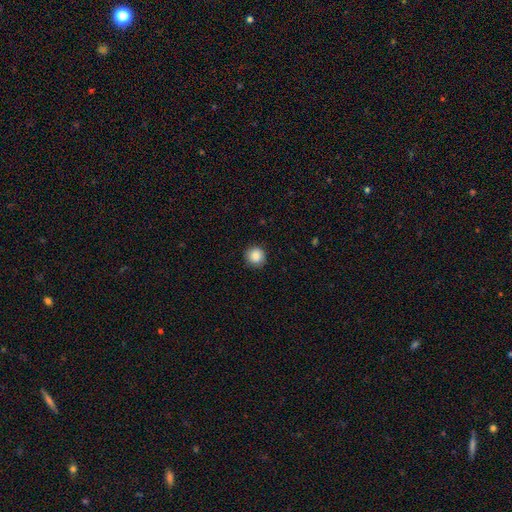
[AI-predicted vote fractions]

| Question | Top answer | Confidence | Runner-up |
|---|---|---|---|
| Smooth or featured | smooth | 87% | star or artifact (9%) |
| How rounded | round | 94% | in between (5%) |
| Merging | none | 89% | minor disturbance (8%) |